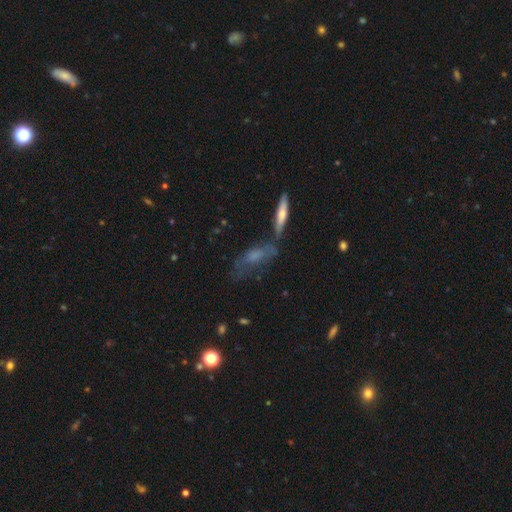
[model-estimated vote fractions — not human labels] smooth-or-featured: featured or disk: 45% | smooth: 42% | star or artifact: 13%
  merging: none: 47% | minor disturbance: 21% | merger: 16% | major disturbance: 15%